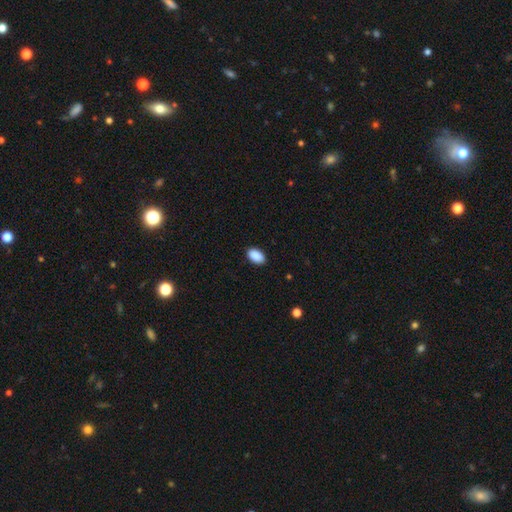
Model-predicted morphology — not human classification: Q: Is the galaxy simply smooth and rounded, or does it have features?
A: smooth — 91%.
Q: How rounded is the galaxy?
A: in between — 93%.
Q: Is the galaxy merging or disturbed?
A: none — 89%.